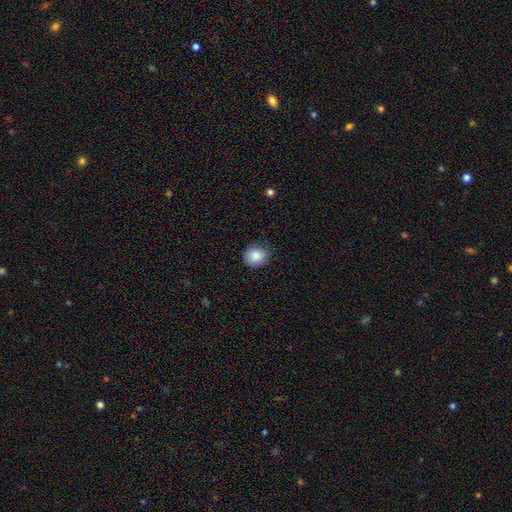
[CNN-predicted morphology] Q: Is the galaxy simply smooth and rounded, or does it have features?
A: smooth — 87%.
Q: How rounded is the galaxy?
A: round — 76%.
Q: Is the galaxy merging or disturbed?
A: none — 84%.